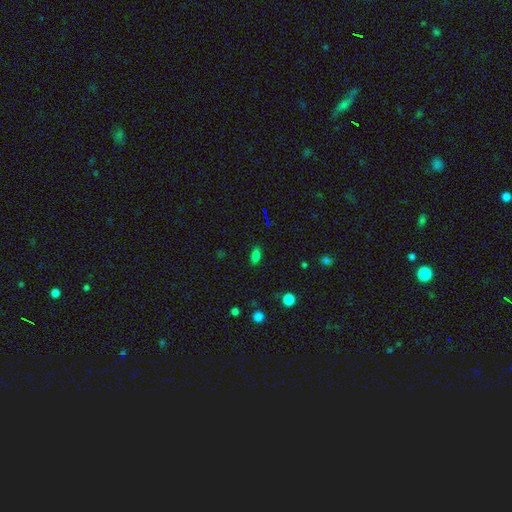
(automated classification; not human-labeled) Smooth or featured? smooth (77%)
How rounded? in between (86%)
Merging? none (84%)